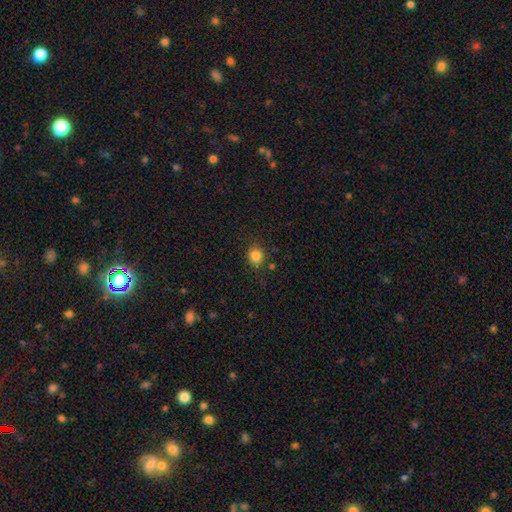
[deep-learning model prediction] This appears to be a smooth galaxy with no disk features (83%) that is round (85%). Merging: none (85%).